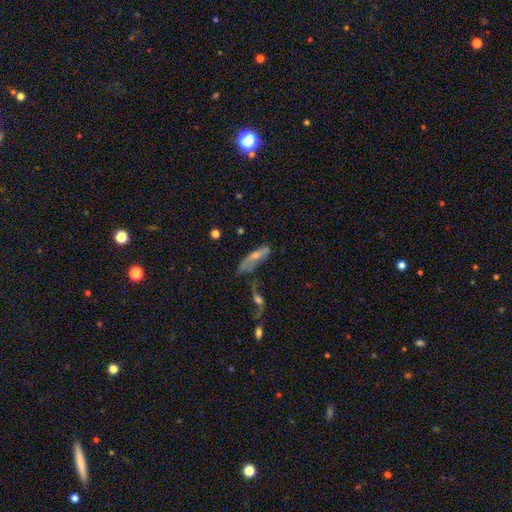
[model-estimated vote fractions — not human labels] This appears to be a featured or disk galaxy (46%). Merging: none (45%).